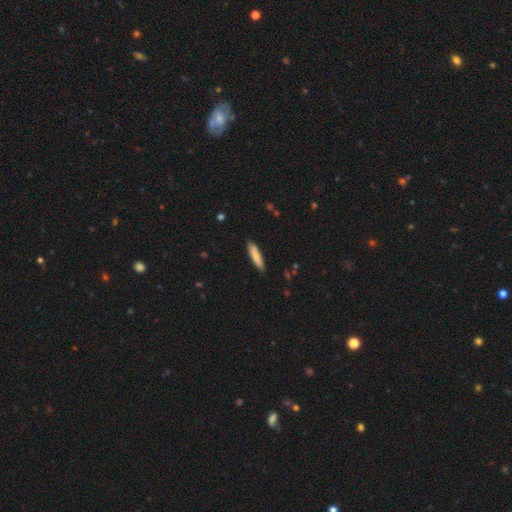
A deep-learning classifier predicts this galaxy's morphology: A smooth galaxy with no disk features (82%) that is cigar-shaped (80%). Merging: none (87%).